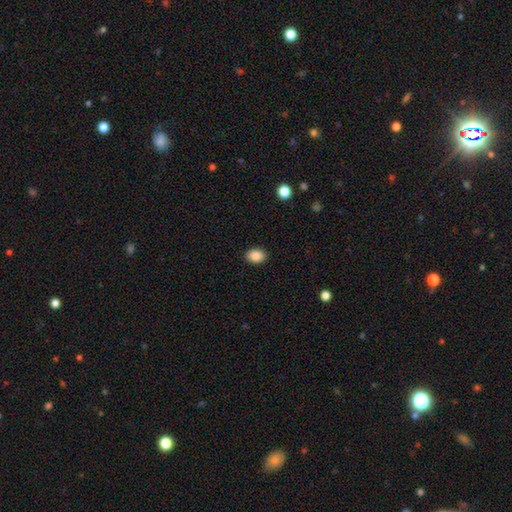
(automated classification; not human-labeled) smooth_or_featured: smooth (p=0.88) [alt: star or artifact p=0.08]
how_rounded: in between (p=0.70) [alt: round p=0.29]
merging: none (p=0.90) [alt: minor disturbance p=0.07]